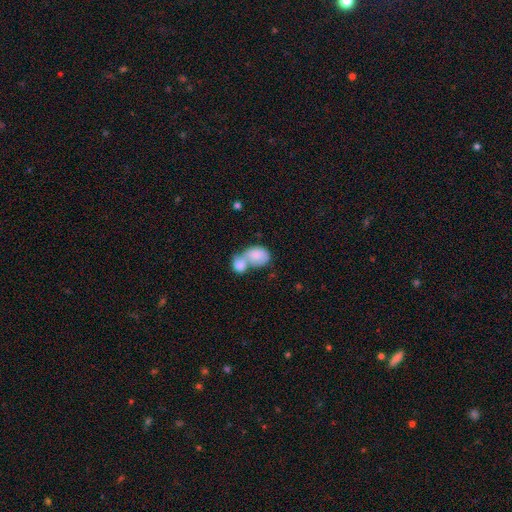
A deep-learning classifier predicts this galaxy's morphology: This is likely a smooth galaxy (77%). How rounded: likely in between (65%). Merging: likely merger (78%).